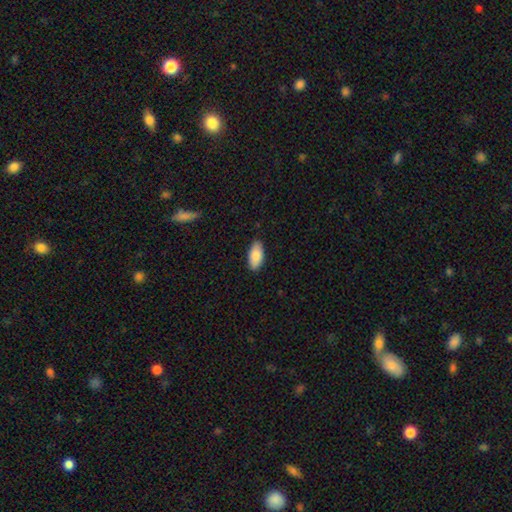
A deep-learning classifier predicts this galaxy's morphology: Smooth or featured: smooth — 85% (featured or disk — 9%)
How rounded: in between — 91% (cigar-shaped — 7%)
Merging: none — 88% (minor disturbance — 9%)